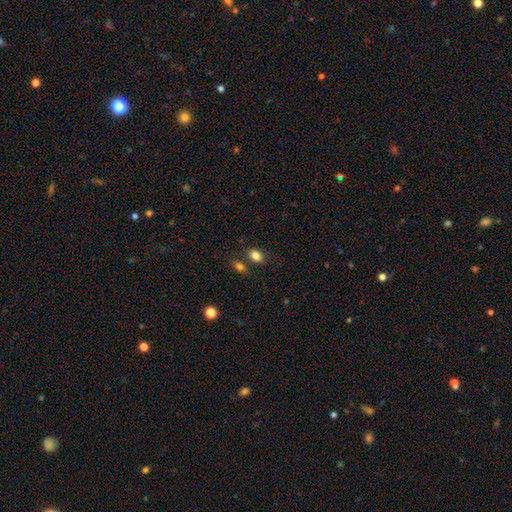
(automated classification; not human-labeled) smooth 84%, star or artifact 10%, featured or disk 6%. Down the decision tree: how rounded — in between (78%); merging — none (73%).